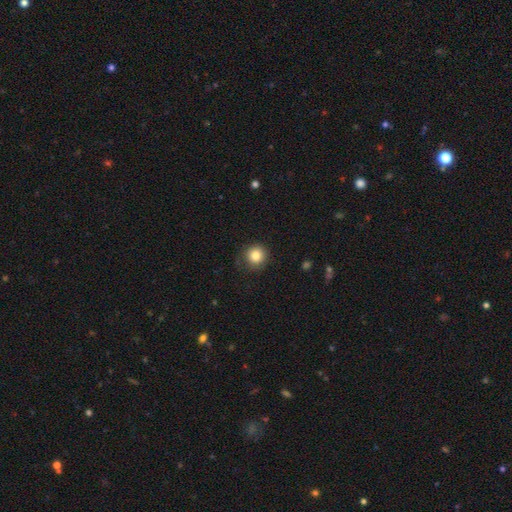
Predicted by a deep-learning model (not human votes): Q: Smooth or featured?
A: smooth (83%); runner-up: star or artifact (11%)
Q: How rounded?
A: round (94%); runner-up: in between (5%)
Q: Merging?
A: none (85%); runner-up: minor disturbance (11%)